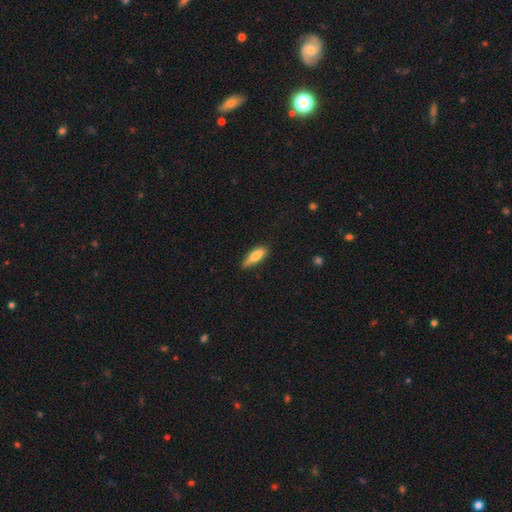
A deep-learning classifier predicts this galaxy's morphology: A smooth galaxy with no disk features (78%) that is cigar-shaped (50%). Merging: none (73%).